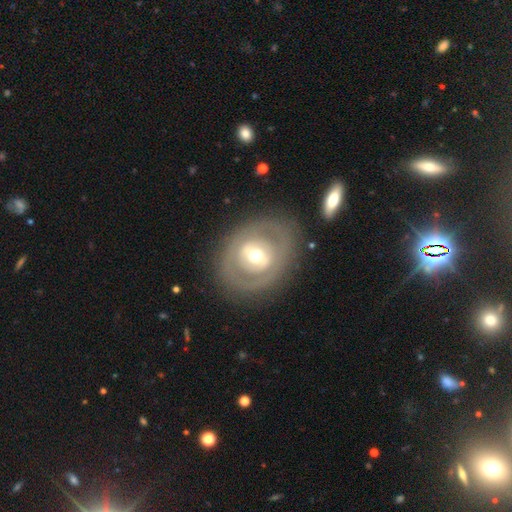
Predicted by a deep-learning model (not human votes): Smooth or featured? featured or disk (63%)
Edge-on disk? no (94%)
Bar? no (50%)
Spiral arms? no (81%)
Bulge size? moderate (66%)
Merging? none (79%)